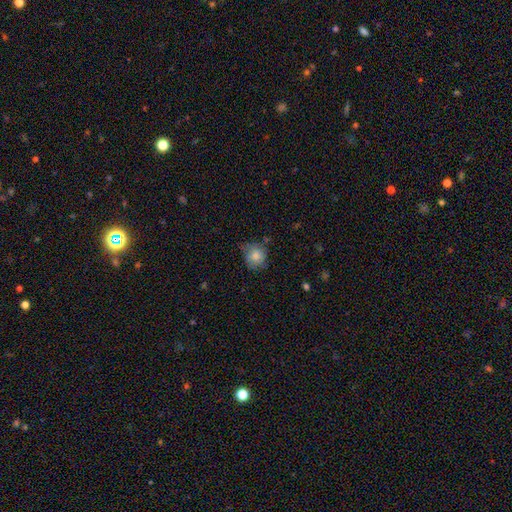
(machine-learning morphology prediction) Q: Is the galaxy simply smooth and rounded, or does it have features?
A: smooth — 80%.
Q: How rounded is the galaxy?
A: round — 83%.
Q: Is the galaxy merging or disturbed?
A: none — 60%.